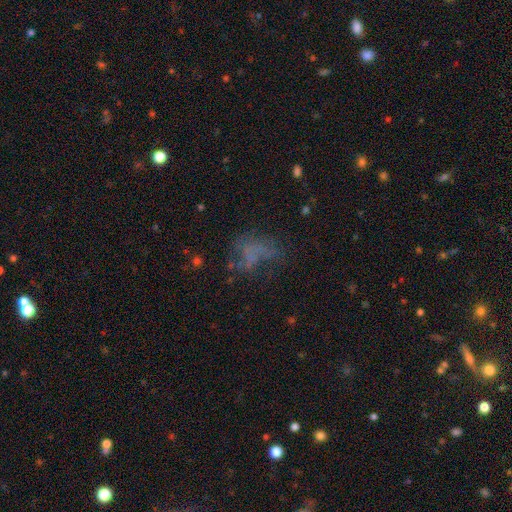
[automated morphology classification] Smooth or featured?
  - smooth: 37% *
  - featured or disk: 34%
  - star or artifact: 29%
Merging?
  - none: 41% *
  - major disturbance: 34%
  - minor disturbance: 20%
  - merger: 4%